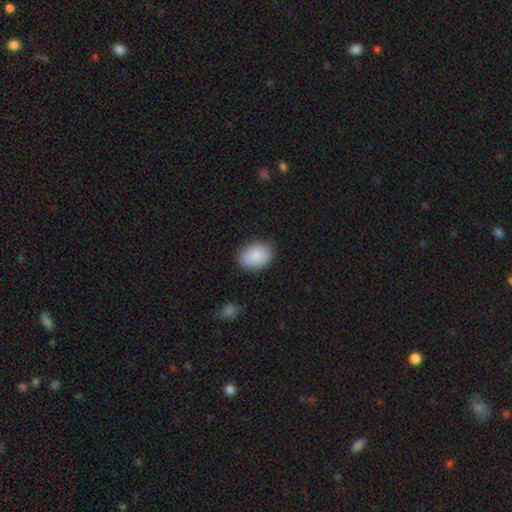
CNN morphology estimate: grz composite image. It shows a smooth galaxy with no disk features (87%) that is in between round and cigar-shaped (76%). Merging: none (85%).